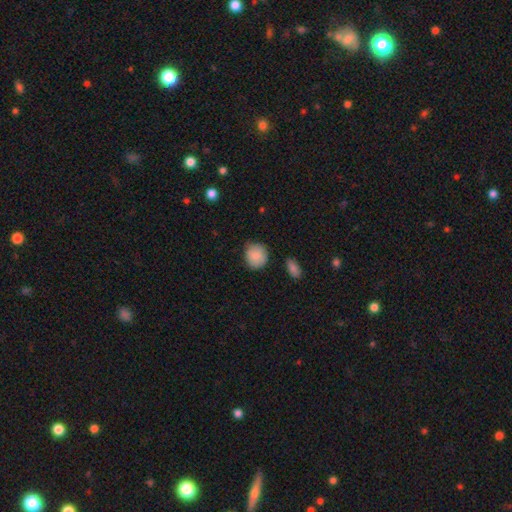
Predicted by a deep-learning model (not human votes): A smooth galaxy with no disk features (87%) that is round (85%). Merging: none (77%).